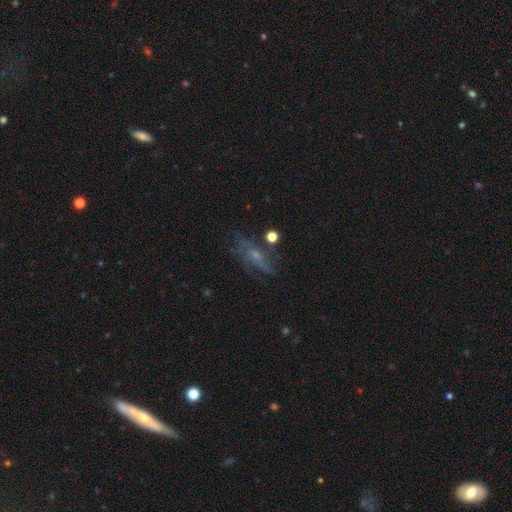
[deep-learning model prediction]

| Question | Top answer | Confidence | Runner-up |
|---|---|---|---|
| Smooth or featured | featured or disk | 59% | smooth (24%) |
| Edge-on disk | no | 85% | yes (15%) |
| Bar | no | 67% | weak (27%) |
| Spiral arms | yes | 68% | no (32%) |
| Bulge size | small | 57% | moderate (25%) |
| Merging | none | 55% | minor disturbance (20%) |